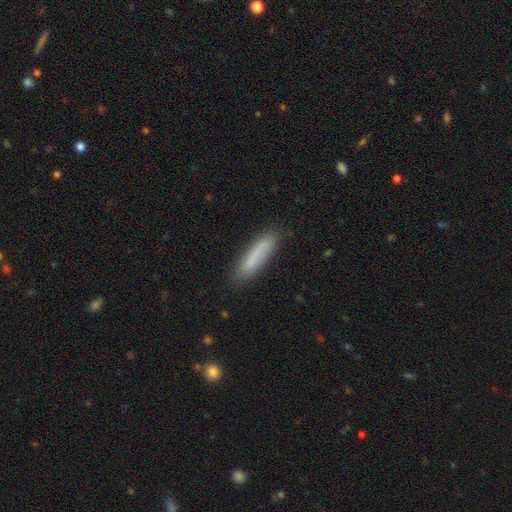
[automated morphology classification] This is likely a smooth galaxy (78%). How rounded: likely cigar-shaped (78%). Merging: likely none (79%).